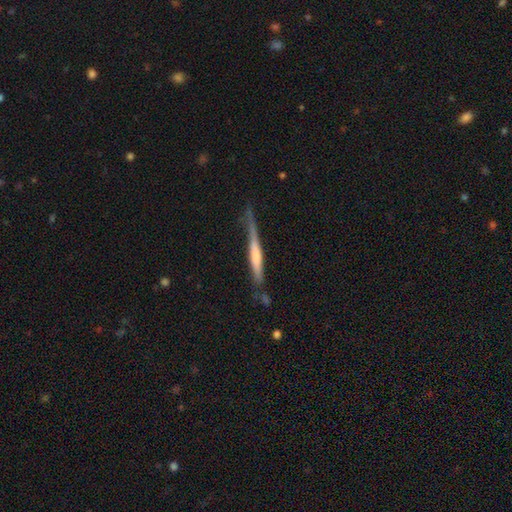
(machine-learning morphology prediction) Smooth or featured? smooth (49%)
Merging? none (54%)